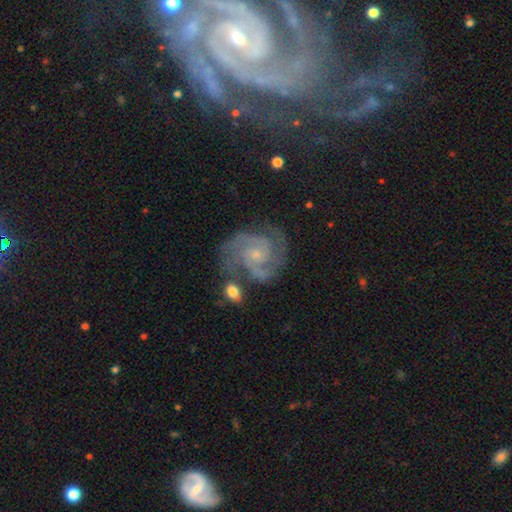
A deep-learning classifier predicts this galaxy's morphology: Smooth or featured: featured or disk — 89% (smooth — 5%)
Edge-on disk: no — 98% (yes — 2%)
Bar: no — 67% (weak — 27%)
Spiral arms: yes — 98% (no — 2%)
Spiral winding: tight — 47% (medium — 45%)
Spiral arm count: 2 — 49% (3 — 30%)
Bulge size: small — 76% (moderate — 18%)
Merging: none — 64% (minor disturbance — 19%)